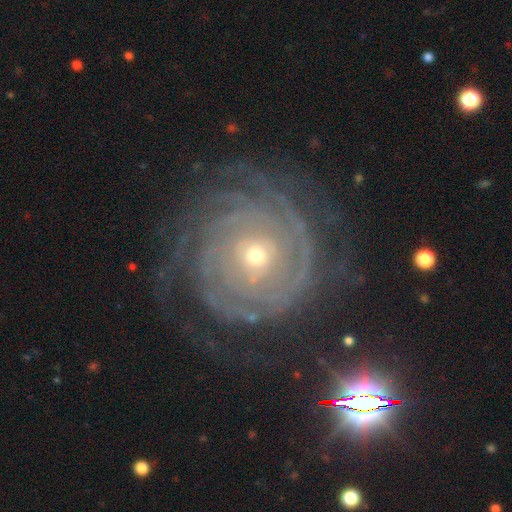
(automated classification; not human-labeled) The model was most divided on "spiral arm count": can't tell: 28%, 4: 19%, more than 4: 18%, 3: 15%, 2: 13%, 1: 8%. More confident: spiral arms — yes (97%); edge-on disk — no (97%); smooth or featured — featured or disk (88%); spiral winding — tight (86%); merging — none (76%); bar — no (72%); bulge size — small (65%).